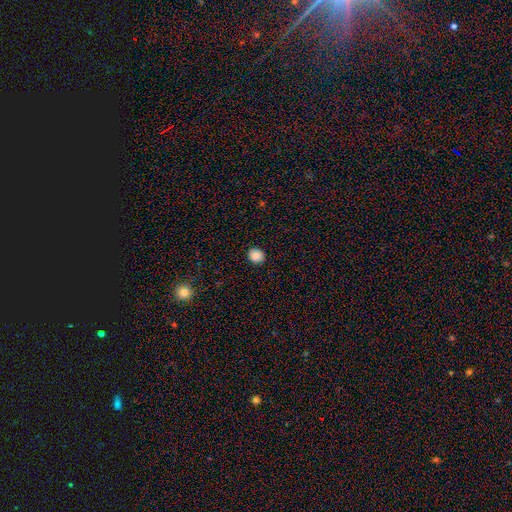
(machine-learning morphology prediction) A smooth galaxy with no disk features (87%) that is round (83%). Merging: none (90%).